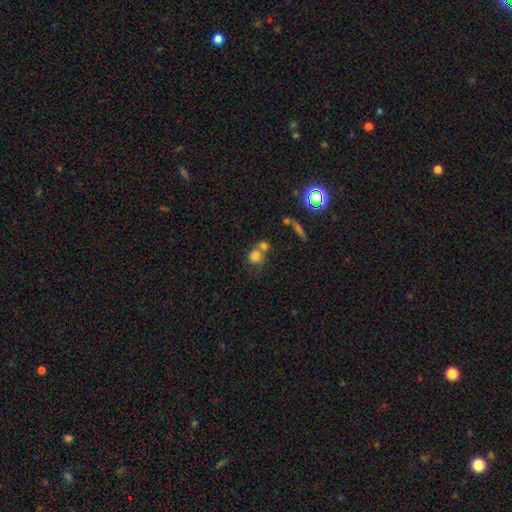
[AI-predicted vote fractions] smooth 75%, featured or disk 13%, star or artifact 12%. Down the decision tree: how rounded — round (74%); merging — merger (45%).